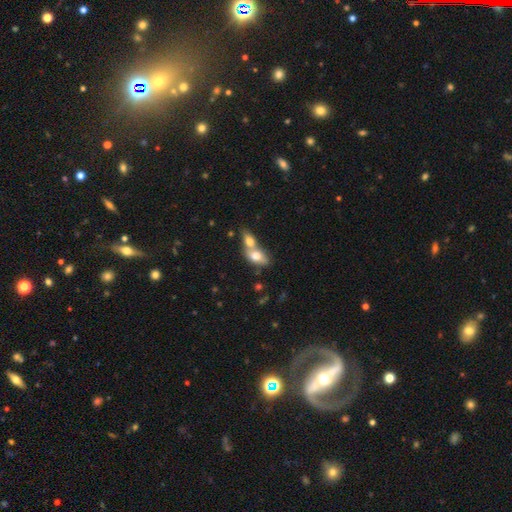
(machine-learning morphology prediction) Smooth or featured: smooth — 72% (featured or disk — 20%)
How rounded: in between — 79% (round — 16%)
Merging: merger — 74% (none — 16%)